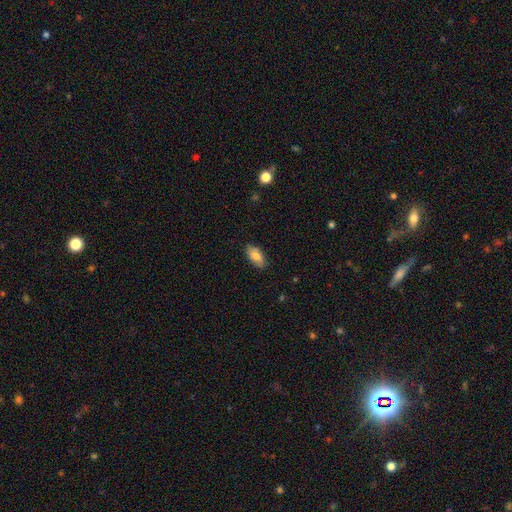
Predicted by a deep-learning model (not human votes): A smooth galaxy with no disk features (81%) that is in between round and cigar-shaped (92%).

Vote fractions:
- Smooth or featured? smooth: 81% / featured or disk: 13% / star or artifact: 7%
- How rounded? in between: 92% / cigar-shaped: 6% / round: 3%
- Merging? none: 85% / minor disturbance: 11% / major disturbance: 2% / merger: 1%